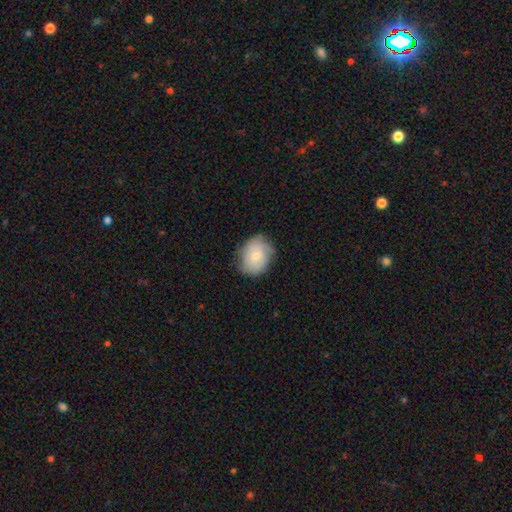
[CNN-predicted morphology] A smooth galaxy with no disk features (67%) that is in between round and cigar-shaped (56%). Merging: none (67%).